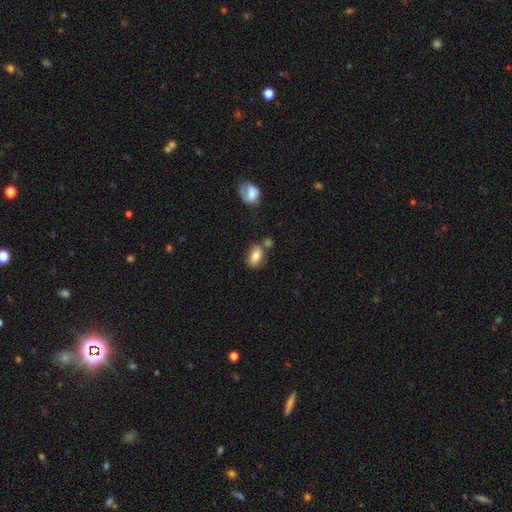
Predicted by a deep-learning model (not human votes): A smooth galaxy with no disk features (82%) that is in between round and cigar-shaped (88%). Merging: none (62%).